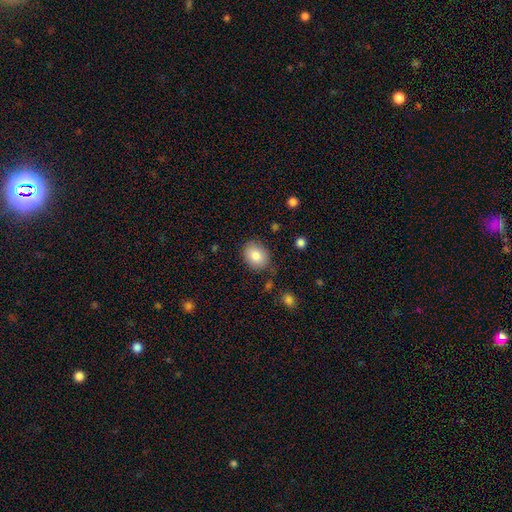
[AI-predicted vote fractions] smooth-or-featured: smooth: 84% | star or artifact: 8% | featured or disk: 8%
  how-rounded: round: 52% | in between: 47% | cigar-shaped: 1%
  merging: none: 79% | minor disturbance: 15% | major disturbance: 4% | merger: 3%